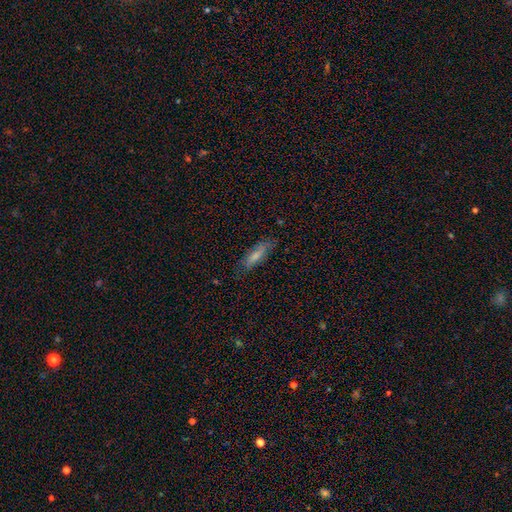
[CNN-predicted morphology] Q: Smooth or featured?
A: smooth (69%); runner-up: featured or disk (24%)
Q: How rounded?
A: cigar-shaped (51%); runner-up: in between (47%)
Q: Merging?
A: none (75%); runner-up: minor disturbance (19%)